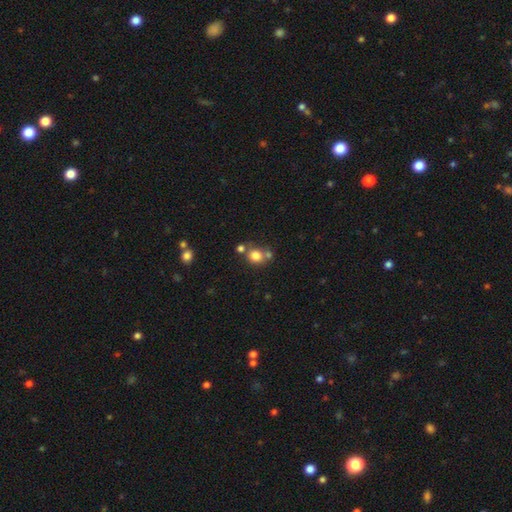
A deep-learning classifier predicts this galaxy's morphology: This is likely a smooth galaxy (78%). How rounded: clearly round (83%). Merging: possibly none (58%).